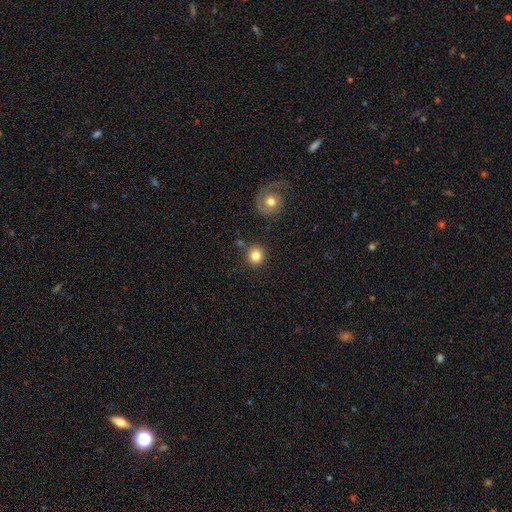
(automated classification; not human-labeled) Morphology: type=smooth (81%); roundness=round (90%); merging=none (84%).